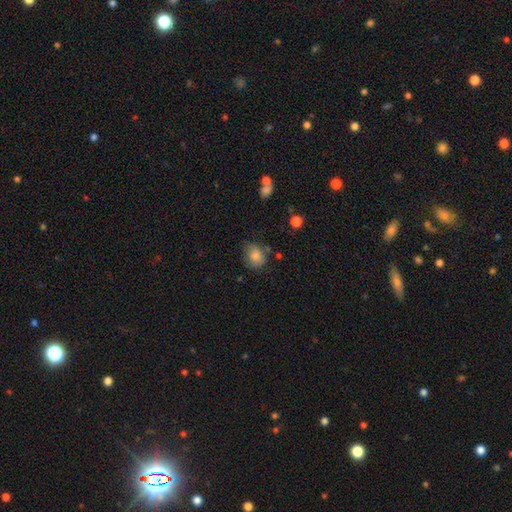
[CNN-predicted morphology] Smooth or featured? Predicted: smooth (p=0.82). How rounded? Predicted: round (p=0.60). Merging? Predicted: none (p=0.66).